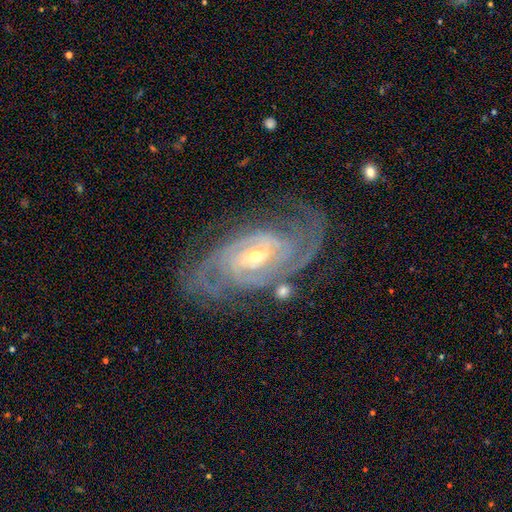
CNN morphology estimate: smooth_or_featured: featured or disk (p=0.92) [alt: star or artifact p=0.05]
disk_edge_on: no (p=0.96) [alt: yes p=0.04]
bar: weak (p=0.43) [alt: no p=0.36]
has_spiral_arms: yes (p=0.98) [alt: no p=0.02]
spiral_winding: tight (p=0.69) [alt: medium p=0.26]
spiral_arm_count: 3 (p=0.27) [alt: 4 p=0.25]
bulge_size: small (p=0.61) [alt: moderate p=0.36]
merging: none (p=0.72) [alt: minor disturbance p=0.17]